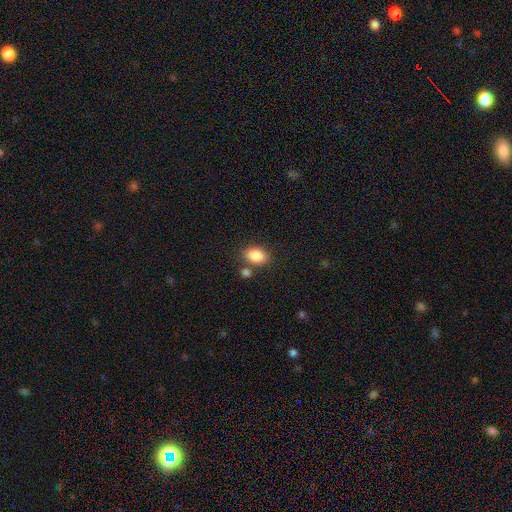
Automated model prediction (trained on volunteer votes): Smooth or featured: smooth — 86% (star or artifact — 8%)
How rounded: in between — 79% (round — 20%)
Merging: none — 70% (merger — 14%)